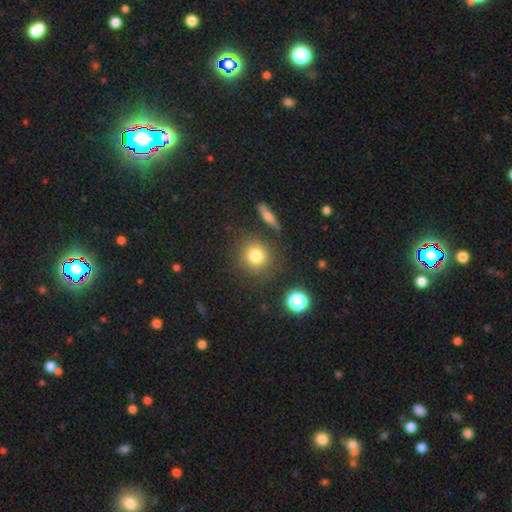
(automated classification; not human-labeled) Smooth or featured? Predicted: smooth (p=0.79). How rounded? Predicted: round (p=0.89). Merging? Predicted: none (p=0.83).